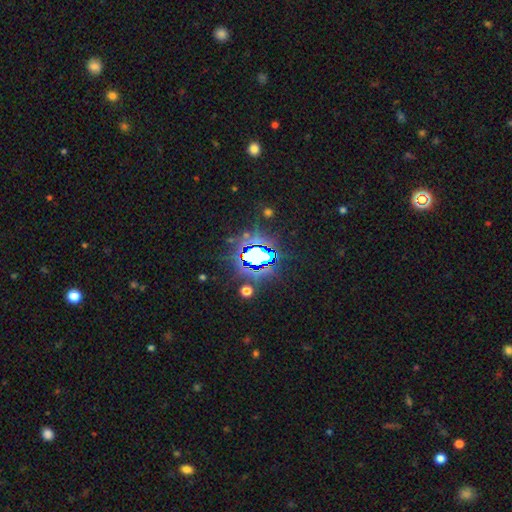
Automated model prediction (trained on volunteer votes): Smooth or featured? Predicted: star or artifact (p=0.73).